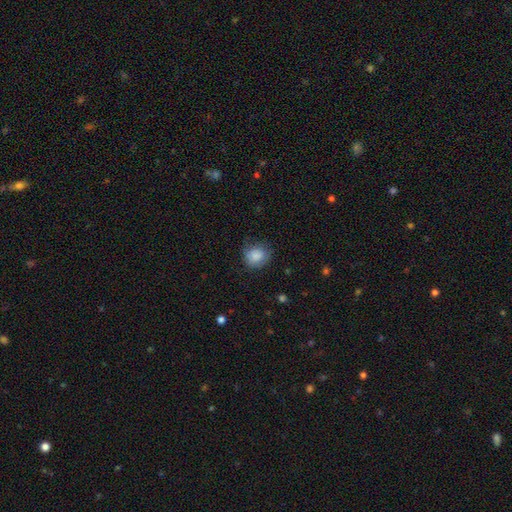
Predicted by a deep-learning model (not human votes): Smooth or featured?
  - smooth: 87% *
  - star or artifact: 8%
  - featured or disk: 5%
How rounded?
  - round: 76% *
  - in between: 23%
  - cigar-shaped: 1%
Merging?
  - none: 74% *
  - minor disturbance: 19%
  - major disturbance: 5%
  - merger: 1%